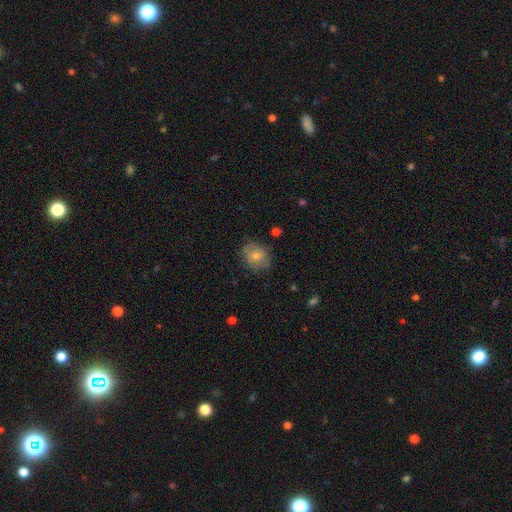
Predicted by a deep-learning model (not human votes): smooth-or-featured: smooth: 54% | featured or disk: 34% | star or artifact: 12%
  how-rounded: round: 70% | in between: 29% | cigar-shaped: 1%
  merging: none: 78% | minor disturbance: 16% | major disturbance: 5% | merger: 1%